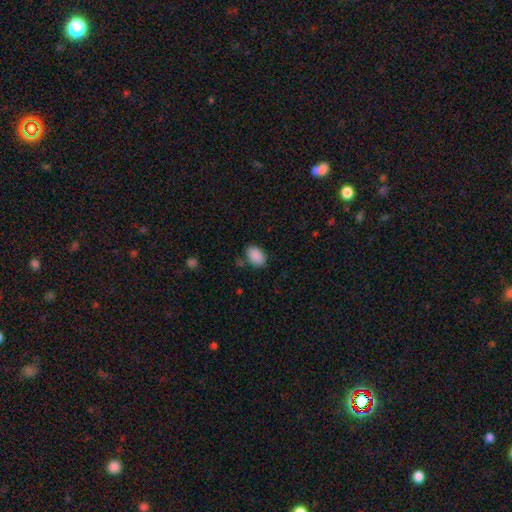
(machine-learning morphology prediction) A smooth galaxy with no disk features (89%) that is in between round and cigar-shaped (85%).

Vote fractions:
- Smooth or featured? smooth: 89% / star or artifact: 8% / featured or disk: 3%
- How rounded? in between: 85% / round: 14% / cigar-shaped: 1%
- Merging? none: 78% / minor disturbance: 15% / major disturbance: 4% / merger: 3%